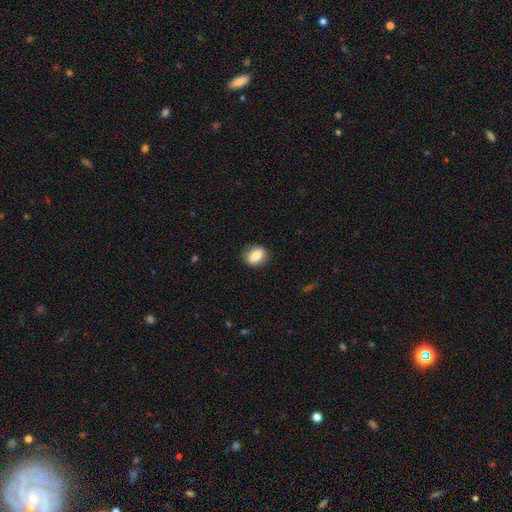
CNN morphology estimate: Smooth or featured?
  - smooth: 81% *
  - featured or disk: 11%
  - star or artifact: 8%
How rounded?
  - round: 50% *
  - in between: 49%
  - cigar-shaped: 1%
Merging?
  - none: 86% *
  - minor disturbance: 10%
  - major disturbance: 3%
  - merger: 1%